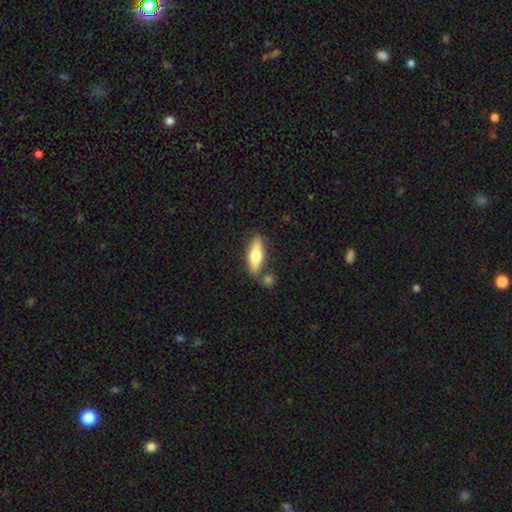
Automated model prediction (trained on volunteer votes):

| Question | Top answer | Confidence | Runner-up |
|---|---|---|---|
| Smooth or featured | smooth | 60% | featured or disk (35%) |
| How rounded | in between | 51% | cigar-shaped (46%) |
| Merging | none | 73% | merger (12%) |